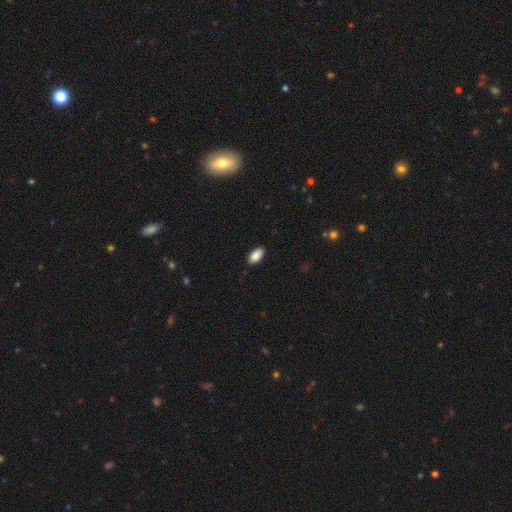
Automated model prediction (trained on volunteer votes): Smooth or featured? Predicted: smooth (p=0.89). How rounded? Predicted: in between (p=0.94). Merging? Predicted: none (p=0.86).